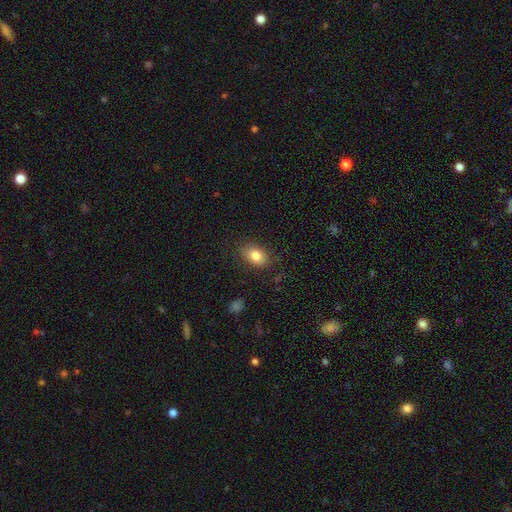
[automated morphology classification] Smooth or featured? Predicted: smooth (p=0.82). How rounded? Predicted: in between (p=0.80). Merging? Predicted: none (p=0.82).